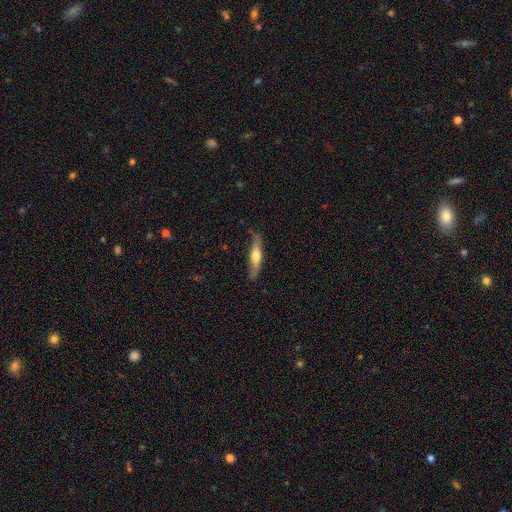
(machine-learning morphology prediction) Q: Smooth or featured?
A: featured or disk (51%); runner-up: smooth (43%)
Q: Edge-on disk?
A: yes (91%); runner-up: no (9%)
Q: Merging?
A: none (80%); runner-up: minor disturbance (16%)